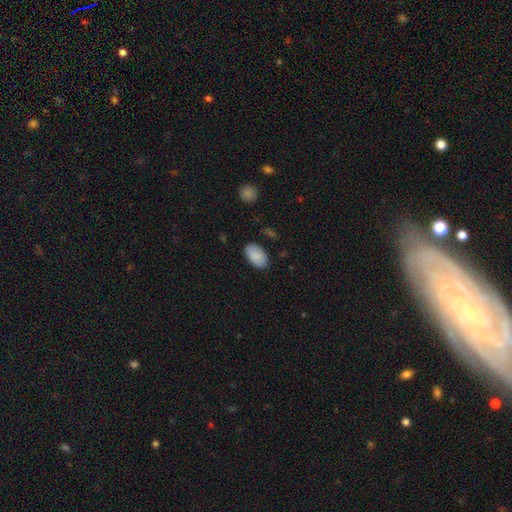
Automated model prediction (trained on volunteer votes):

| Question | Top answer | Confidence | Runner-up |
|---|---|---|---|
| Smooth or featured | smooth | 88% | star or artifact (6%) |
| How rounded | in between | 94% | round (4%) |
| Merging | none | 84% | minor disturbance (12%) |